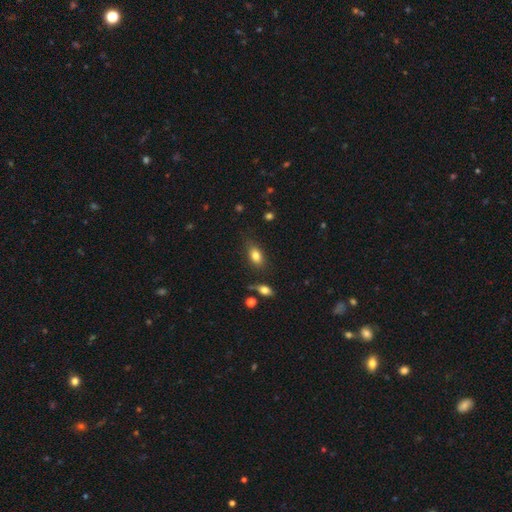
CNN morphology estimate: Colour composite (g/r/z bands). It shows a smooth galaxy with no disk features (82%) that is in between round and cigar-shaped (84%). Merging: none (75%).